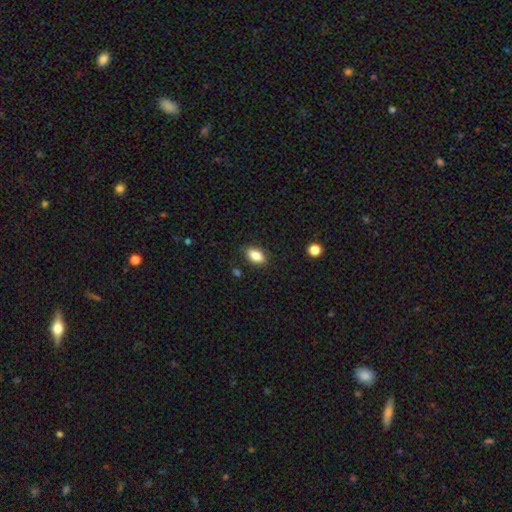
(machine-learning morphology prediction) This is clearly a smooth galaxy (84%). How rounded: clearly in between (89%). Merging: clearly none (85%).